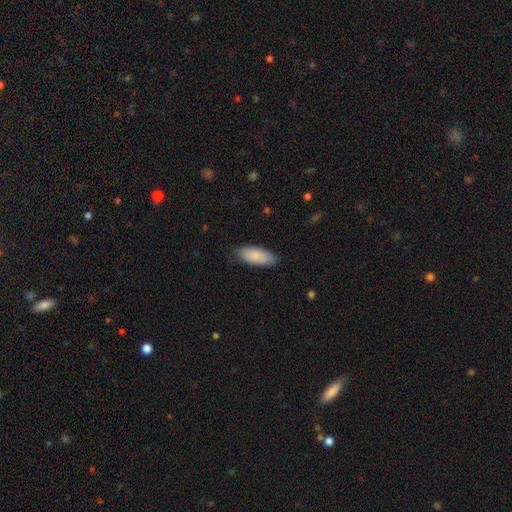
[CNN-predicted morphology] This is clearly a smooth galaxy (88%). How rounded: clearly in between (82%). Merging: clearly none (84%).